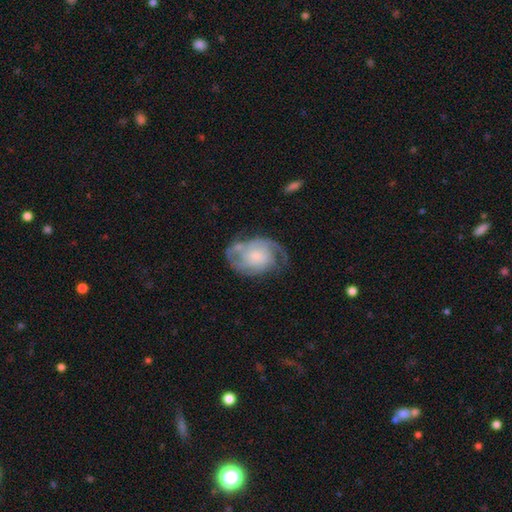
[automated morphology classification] featured or disk 80%, smooth 14%, star or artifact 6%. Down the decision tree: edge-on disk — no (97%); bar — no (69%); spiral arms — yes (93%); spiral arm count — 2 (55%); spiral winding — tight (46%); bulge size — small (45%); merging — none (58%).